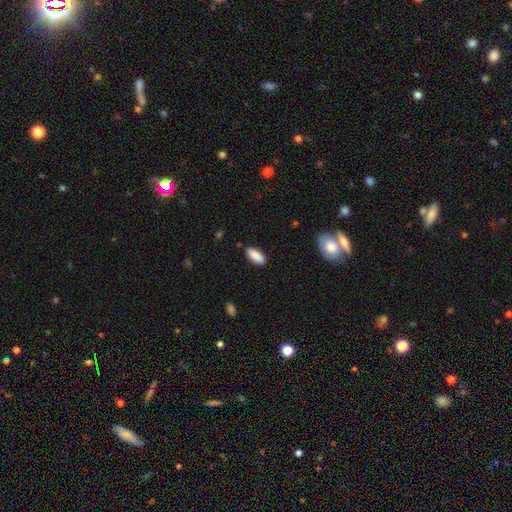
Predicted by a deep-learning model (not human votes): Q: Smooth or featured?
A: smooth (89%); runner-up: star or artifact (6%)
Q: How rounded?
A: in between (79%); runner-up: cigar-shaped (19%)
Q: Merging?
A: none (87%); runner-up: minor disturbance (10%)